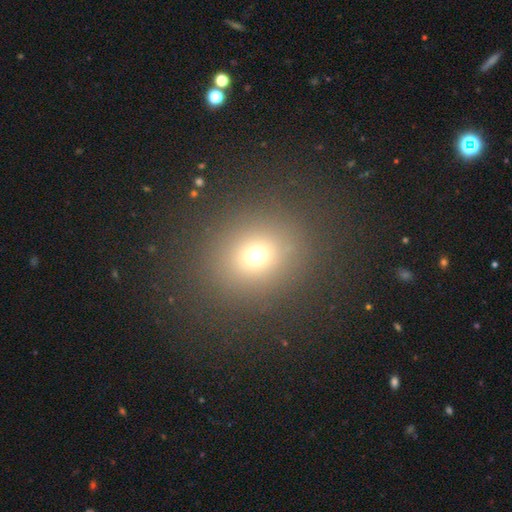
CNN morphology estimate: Smooth or featured: smooth — 68% (star or artifact — 22%)
How rounded: round — 78% (in between — 21%)
Merging: none — 87% (minor disturbance — 7%)